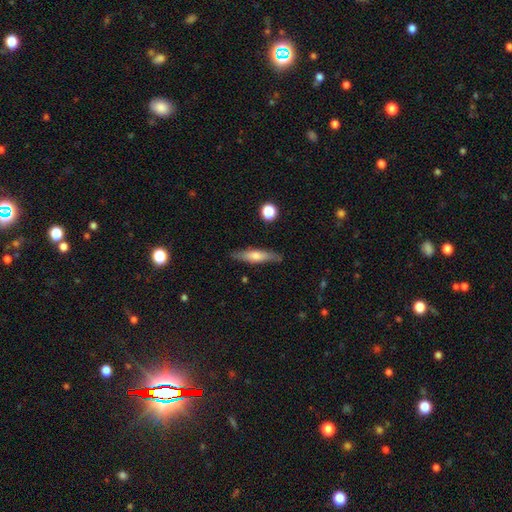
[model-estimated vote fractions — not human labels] A smooth galaxy with no disk features (51%) that is cigar-shaped (78%). Merging: none (84%).